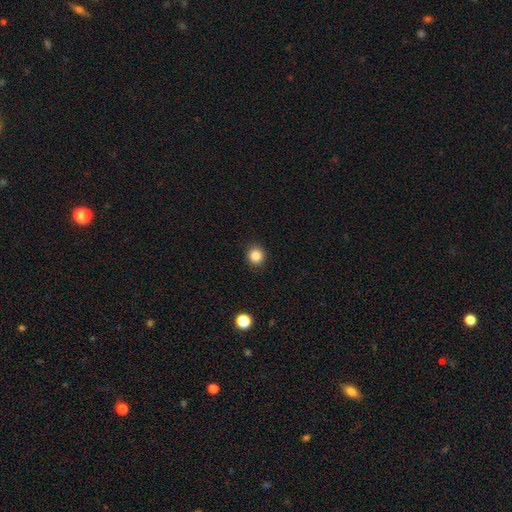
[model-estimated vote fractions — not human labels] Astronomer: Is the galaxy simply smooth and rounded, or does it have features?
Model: smooth — 85%.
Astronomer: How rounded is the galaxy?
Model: round — 93%.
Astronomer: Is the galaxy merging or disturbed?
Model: none — 92%.